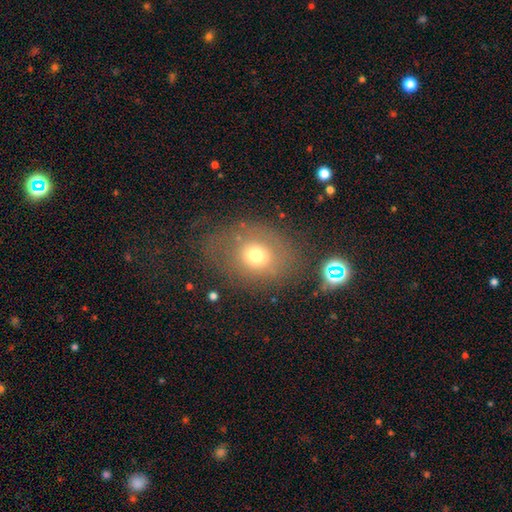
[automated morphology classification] The model was most divided on "how rounded": round: 50%, in between: 49%, cigar-shaped: 1%. More confident: smooth or featured — smooth (65%); merging — none (62%).